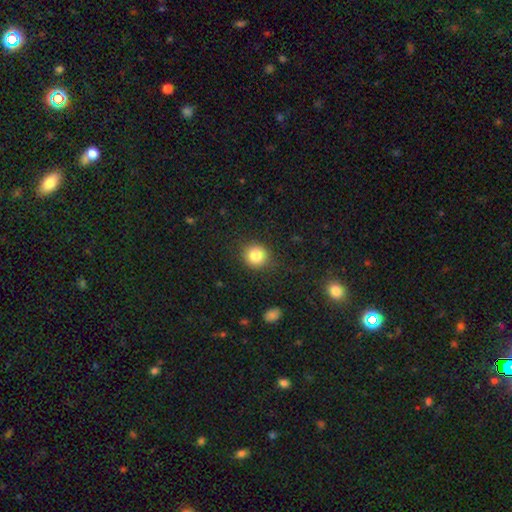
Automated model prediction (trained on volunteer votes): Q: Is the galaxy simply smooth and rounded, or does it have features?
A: smooth — 83%.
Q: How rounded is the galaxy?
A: round — 89%.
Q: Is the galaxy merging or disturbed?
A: none — 87%.